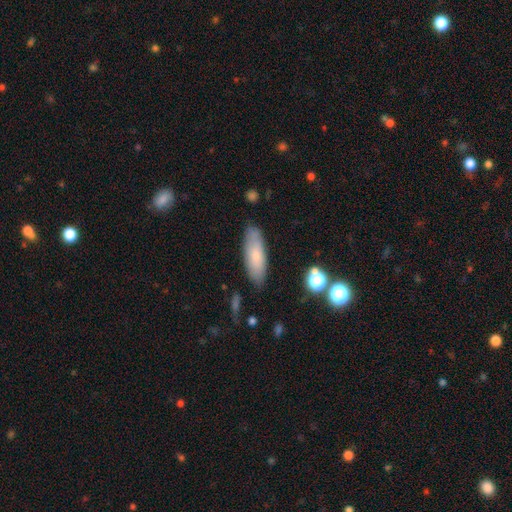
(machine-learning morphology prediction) type=smooth (74%); roundness=in between (54%); merging=none (83%).